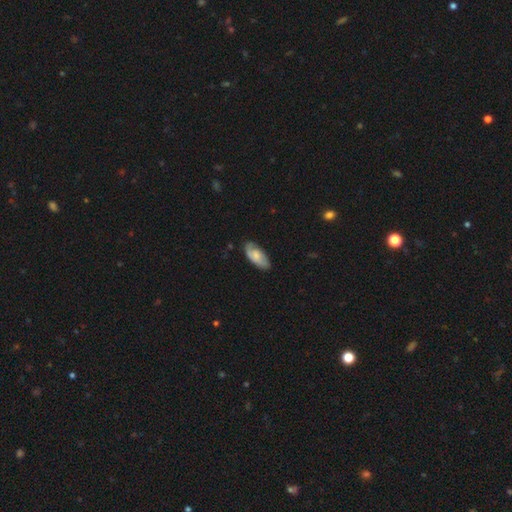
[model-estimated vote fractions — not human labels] Morphology: type=smooth (62%); roundness=in between (89%); merging=none (68%).